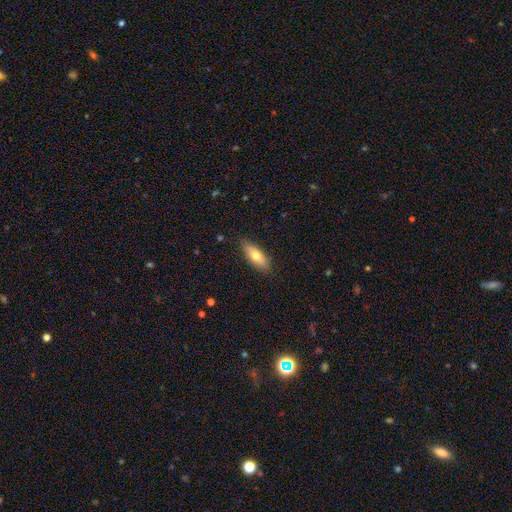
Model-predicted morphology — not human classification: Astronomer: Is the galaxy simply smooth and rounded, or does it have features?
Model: smooth — 69%.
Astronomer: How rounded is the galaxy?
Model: in between — 69%.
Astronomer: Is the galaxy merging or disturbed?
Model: none — 86%.